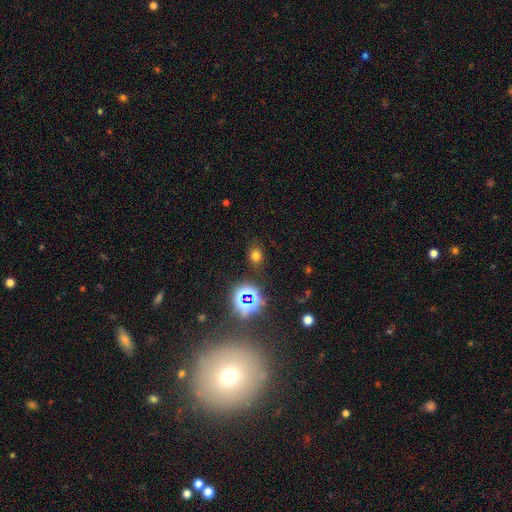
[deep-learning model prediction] smooth 63%, star or artifact 30%, featured or disk 7%. Down the decision tree: how rounded — round (54%); merging — none (82%).